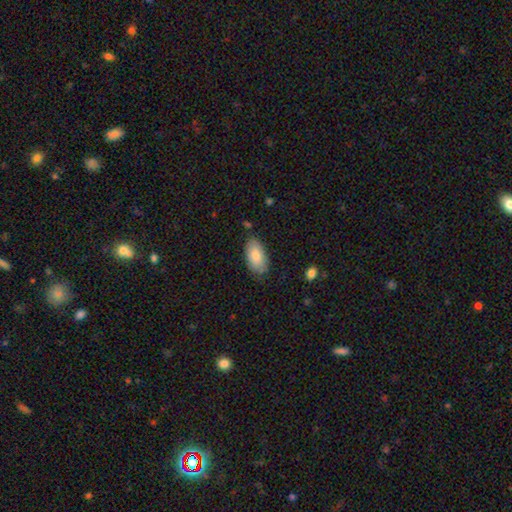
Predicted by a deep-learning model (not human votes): smooth 82%, featured or disk 13%, star or artifact 6%. Down the decision tree: how rounded — in between (95%); merging — none (78%).